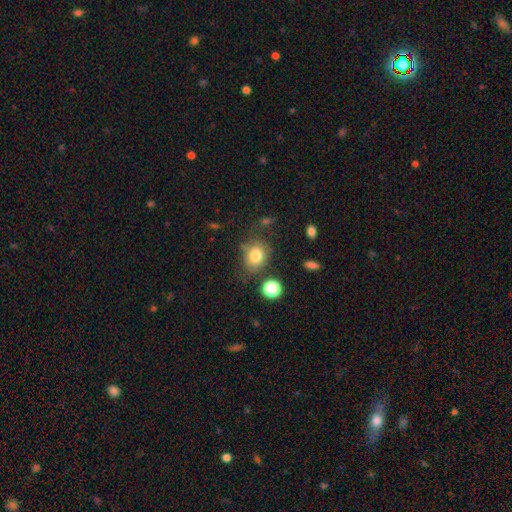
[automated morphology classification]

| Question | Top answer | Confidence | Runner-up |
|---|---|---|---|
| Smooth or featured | smooth | 78% | star or artifact (12%) |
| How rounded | round | 58% | in between (41%) |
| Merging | none | 68% | minor disturbance (19%) |